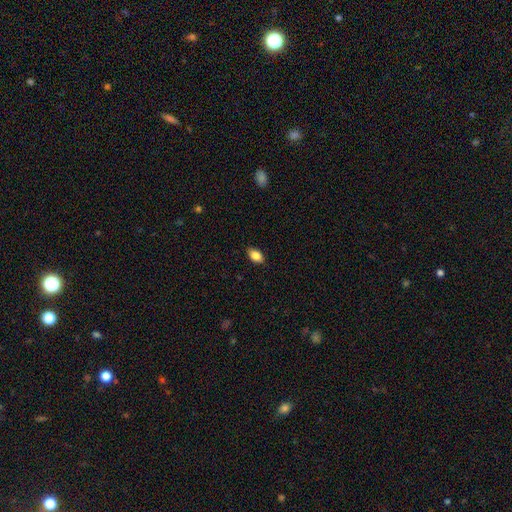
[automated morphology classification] Smooth or featured? smooth (85%)
How rounded? in between (89%)
Merging? none (87%)